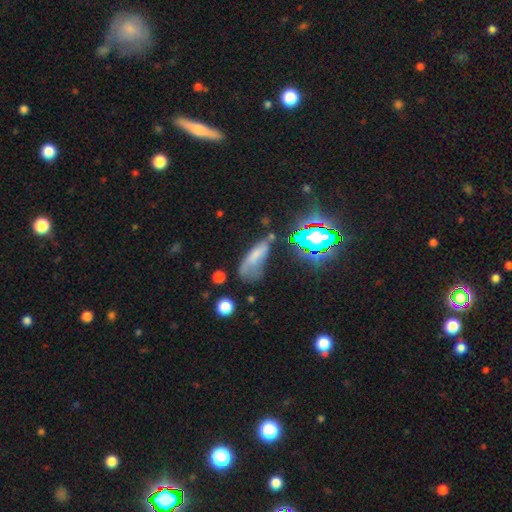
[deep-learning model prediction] smooth 61%, featured or disk 22%, star or artifact 18%. Down the decision tree: how rounded — in between (61%); merging — none (33%).